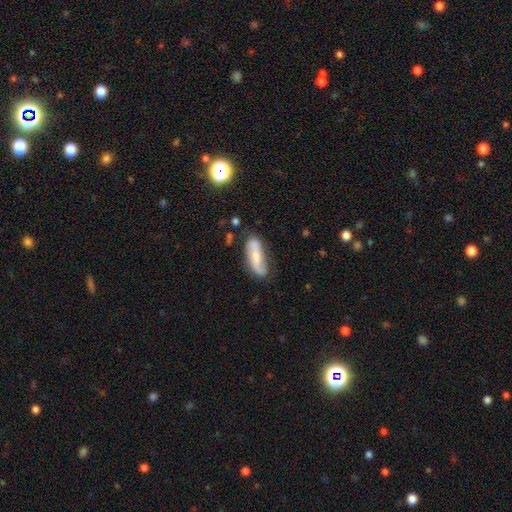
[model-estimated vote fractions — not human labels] This appears to be a featured or disk galaxy (50%). Merging: none (68%).